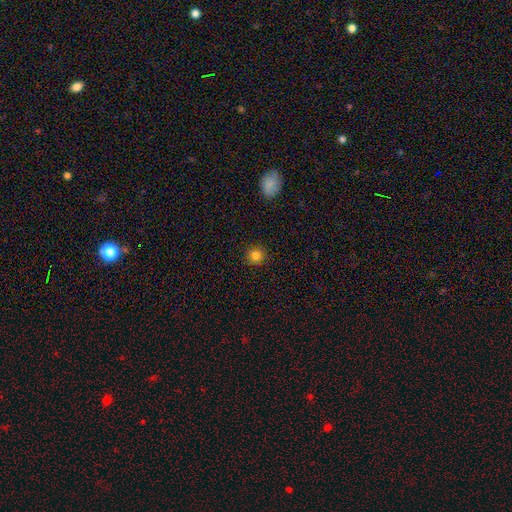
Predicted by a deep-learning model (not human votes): Smooth or featured: smooth — 82% (star or artifact — 13%)
How rounded: round — 93% (in between — 6%)
Merging: none — 91% (minor disturbance — 6%)